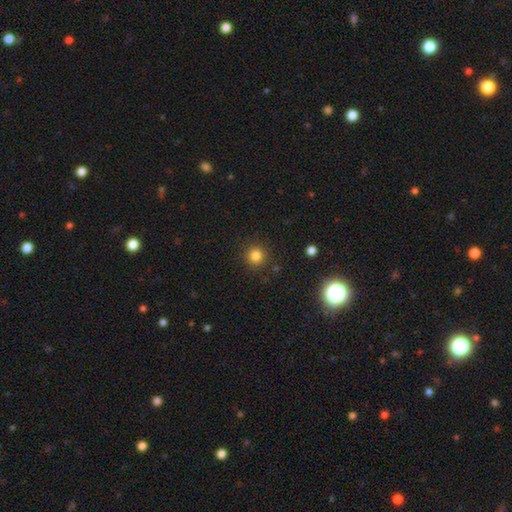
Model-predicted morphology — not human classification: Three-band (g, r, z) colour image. It shows a smooth galaxy with no disk features (82%) that is round (94%). Merging: none (89%).